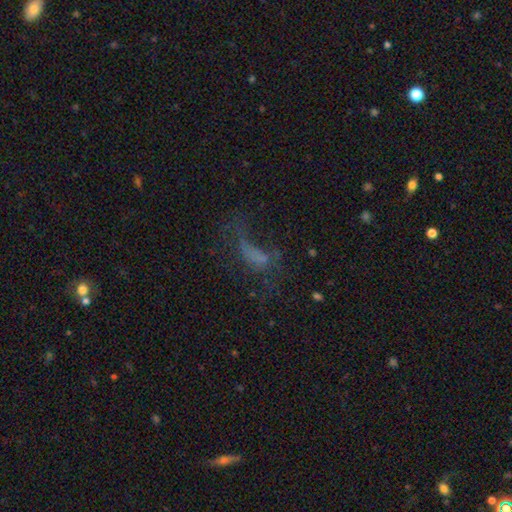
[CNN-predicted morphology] This is marginally a featured or disk galaxy (41%). Merging: possibly major disturbance (47%).